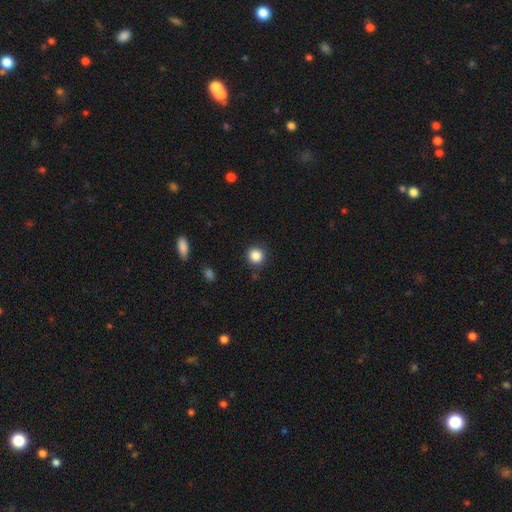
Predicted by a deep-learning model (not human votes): Smooth or featured: smooth — 86% (star or artifact — 11%)
How rounded: round — 92% (in between — 7%)
Merging: none — 88% (minor disturbance — 8%)